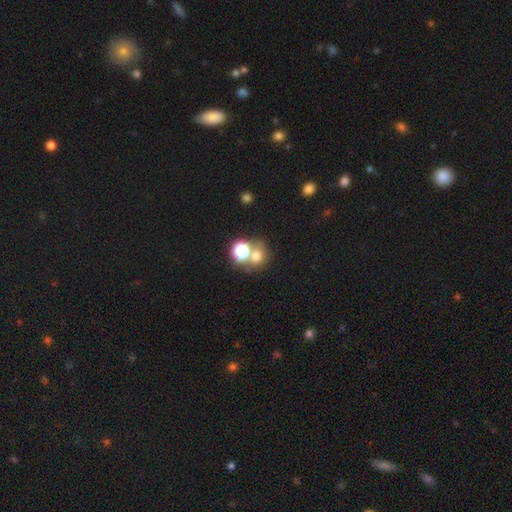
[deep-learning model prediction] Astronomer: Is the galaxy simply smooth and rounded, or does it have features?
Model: smooth — 65%.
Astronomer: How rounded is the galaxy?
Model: round — 77%.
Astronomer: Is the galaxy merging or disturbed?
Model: none — 51% (runner-up: merger, 36%).